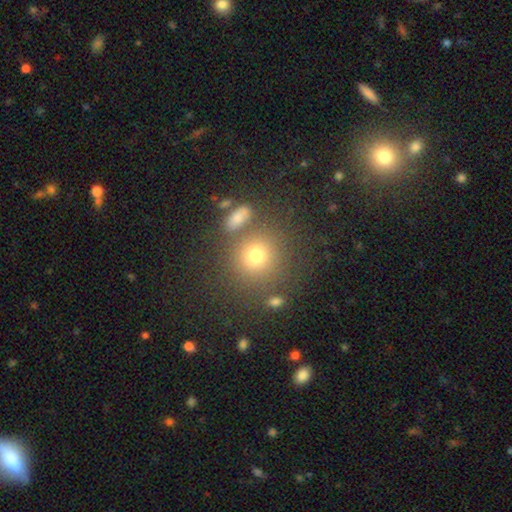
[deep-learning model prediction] A smooth galaxy with no disk features (75%) that is round (86%). Merging: none (72%).